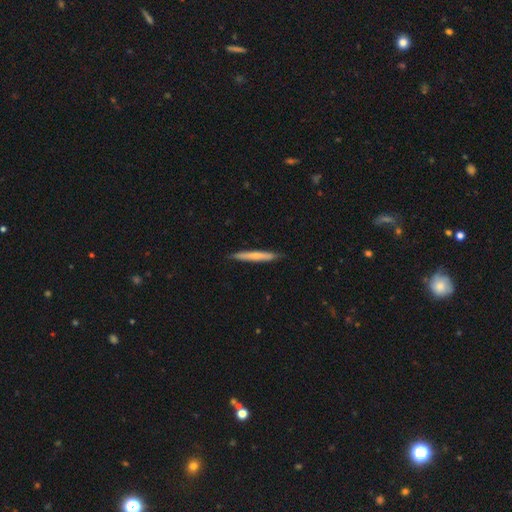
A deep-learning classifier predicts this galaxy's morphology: smooth-or-featured: smooth: 61% | featured or disk: 34% | star or artifact: 5%
  how-rounded: cigar-shaped: 95% | in between: 3% | round: 1%
  merging: none: 88% | minor disturbance: 9% | major disturbance: 1% | merger: 1%